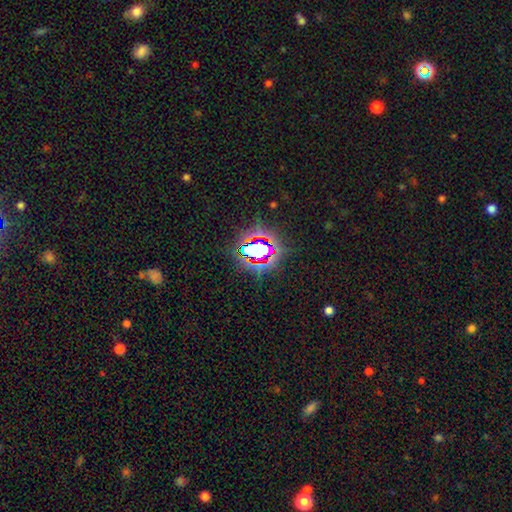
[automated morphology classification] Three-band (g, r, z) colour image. It shows a star or artifact, not a galaxy (65%).